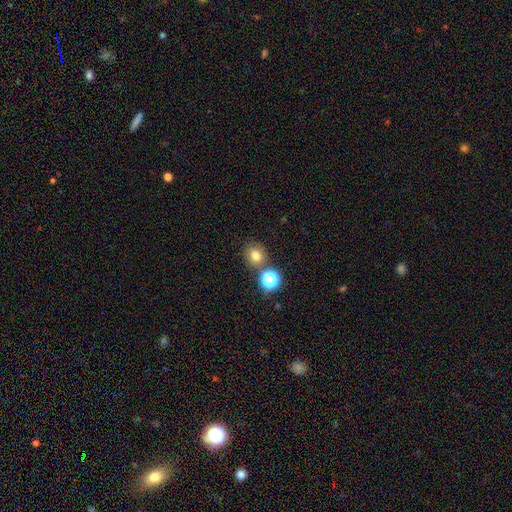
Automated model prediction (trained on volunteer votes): The model was most divided on "smooth or featured": smooth: 75%, star or artifact: 18%, featured or disk: 7%. More confident: how rounded — round (82%); merging — none (73%).